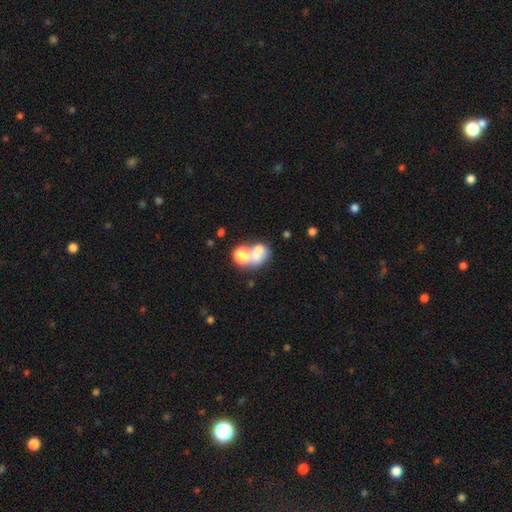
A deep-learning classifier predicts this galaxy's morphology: Q: Smooth or featured?
A: smooth (60%); runner-up: featured or disk (24%)
Q: How rounded?
A: round (51%); runner-up: in between (48%)
Q: Merging?
A: merger (59%); runner-up: none (25%)